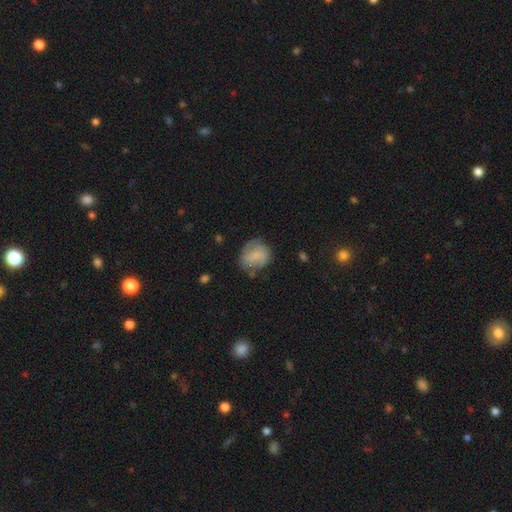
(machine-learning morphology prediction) Smooth or featured? Predicted: smooth (p=0.53). How rounded? Predicted: round (p=0.67). Merging? Predicted: none (p=0.61).